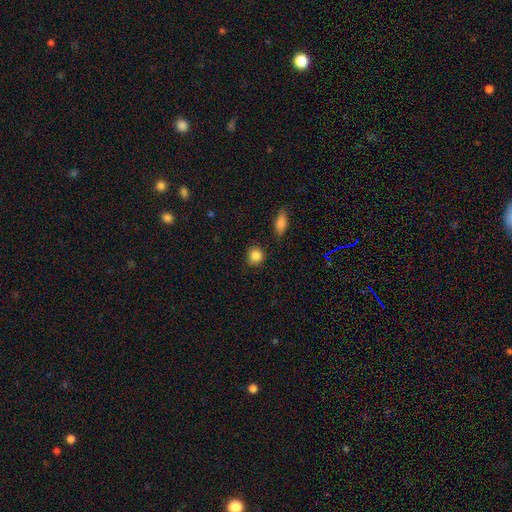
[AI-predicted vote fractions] Overall: smooth (86%). How rounded: round (85%). Merging: none (80%).